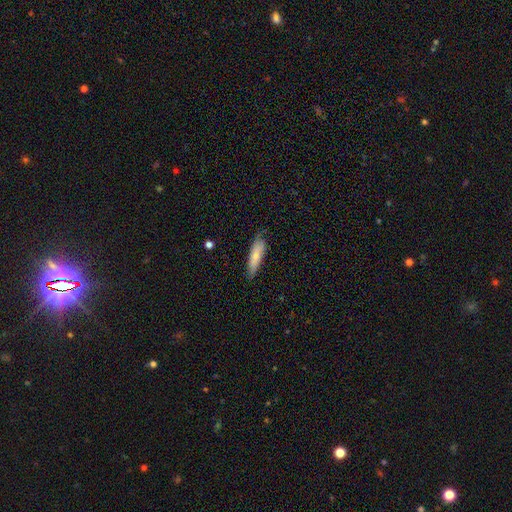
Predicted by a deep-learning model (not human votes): Smooth or featured? Predicted: smooth (p=0.75). How rounded? Predicted: cigar-shaped (p=0.64). Merging? Predicted: none (p=0.71).